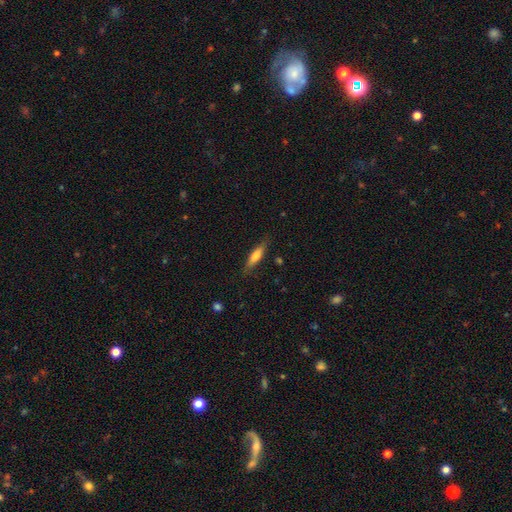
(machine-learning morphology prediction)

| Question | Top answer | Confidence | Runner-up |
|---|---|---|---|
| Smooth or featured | smooth | 68% | featured or disk (26%) |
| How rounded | cigar-shaped | 69% | in between (29%) |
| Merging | none | 81% | minor disturbance (14%) |